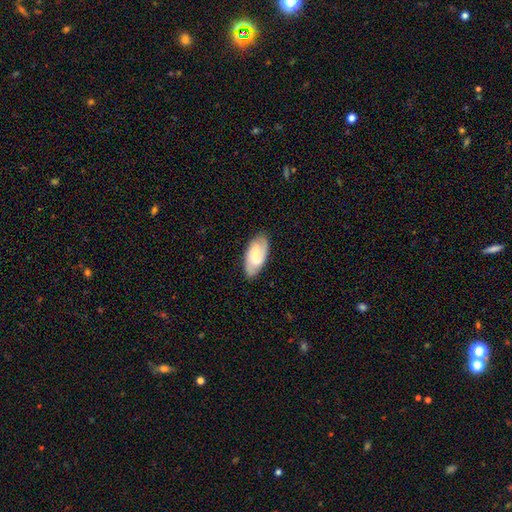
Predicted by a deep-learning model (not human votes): Q: Smooth or featured?
A: featured or disk (64%); runner-up: smooth (30%)
Q: Edge-on disk?
A: no (95%); runner-up: yes (5%)
Q: Bar?
A: weak (52%); runner-up: no (30%)
Q: Spiral arms?
A: yes (92%); runner-up: no (8%)
Q: Spiral winding?
A: medium (44%); runner-up: tight (41%)
Q: Spiral arm count?
A: 2 (70%); runner-up: can't tell (14%)
Q: Bulge size?
A: small (54%); runner-up: moderate (34%)
Q: Merging?
A: none (80%); runner-up: minor disturbance (15%)